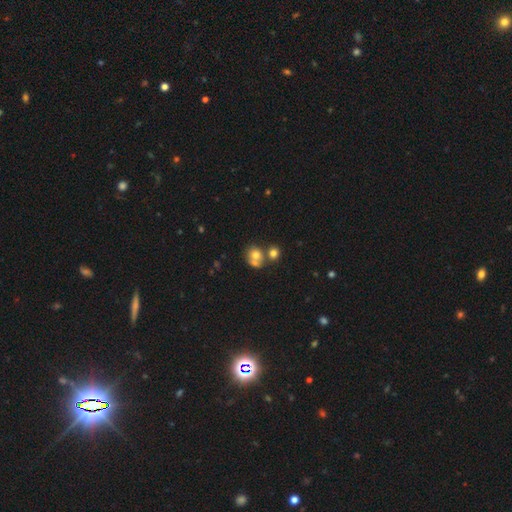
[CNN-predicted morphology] A smooth galaxy with no disk features (71%) that is round (72%). Merging: merger (46%).